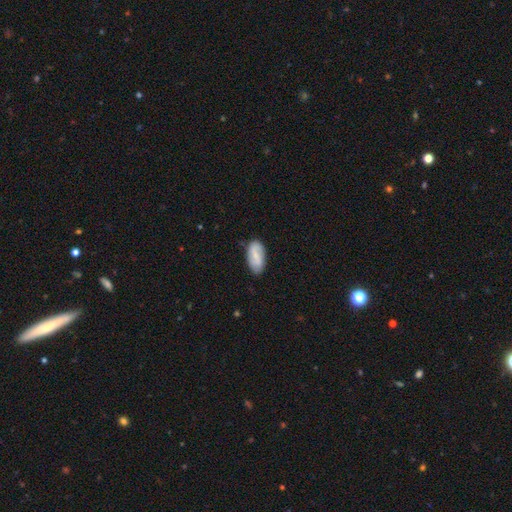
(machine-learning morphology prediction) Q: Smooth or featured?
A: smooth (56%); runner-up: featured or disk (38%)
Q: How rounded?
A: in between (91%); runner-up: cigar-shaped (6%)
Q: Merging?
A: none (81%); runner-up: minor disturbance (15%)